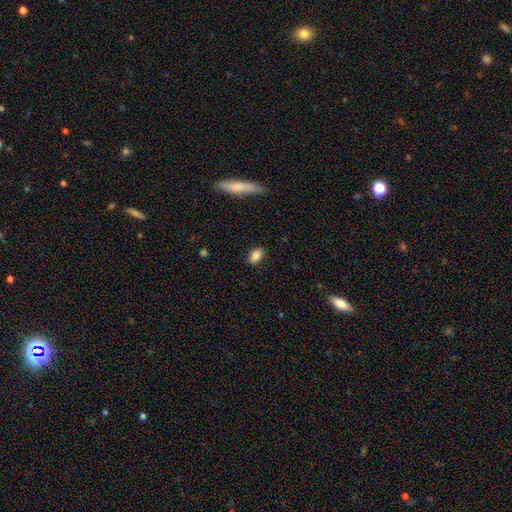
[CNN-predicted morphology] A smooth galaxy with no disk features (84%) that is in between round and cigar-shaped (87%). Merging: none (86%).